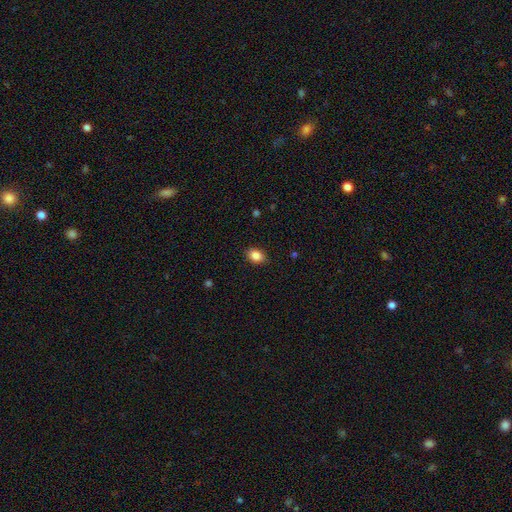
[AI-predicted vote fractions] The model was most divided on "how rounded": in between: 76%, round: 23%, cigar-shaped: 1%. More confident: merging — none (89%); smooth or featured — smooth (86%).